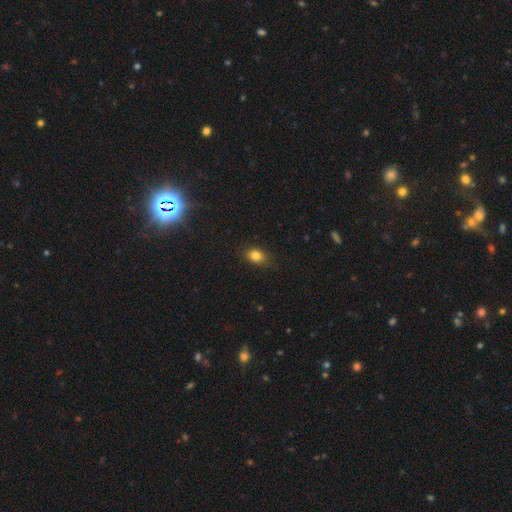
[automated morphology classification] Smooth or featured?
  - smooth: 82% *
  - star or artifact: 12%
  - featured or disk: 7%
How rounded?
  - in between: 67% *
  - round: 31%
  - cigar-shaped: 2%
Merging?
  - none: 80% *
  - minor disturbance: 15%
  - major disturbance: 3%
  - merger: 1%